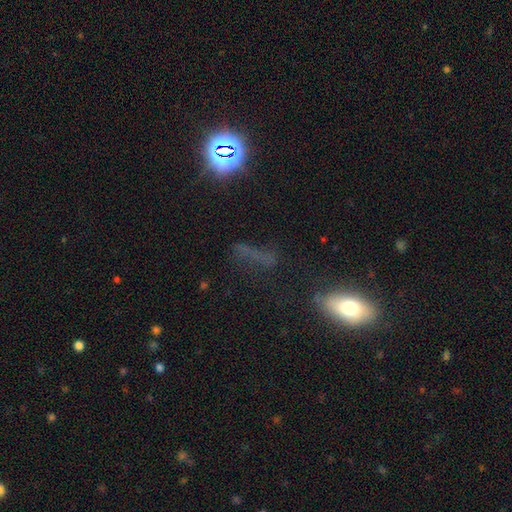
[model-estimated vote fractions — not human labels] The model was most divided on "smooth or featured": star or artifact: 39%, smooth: 38%, featured or disk: 23%.